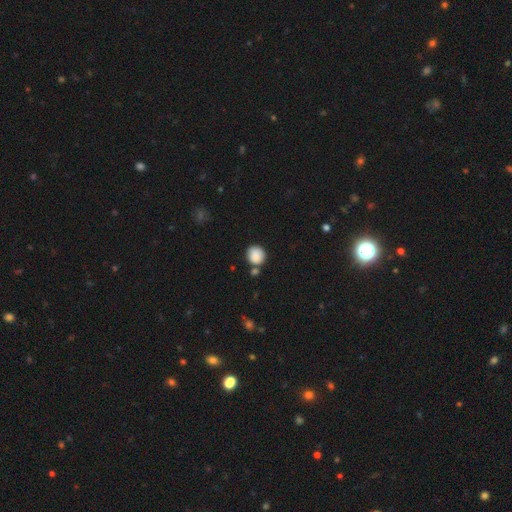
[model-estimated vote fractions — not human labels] This is clearly a smooth galaxy (87%). How rounded: clearly round (89%). Merging: likely none (70%).